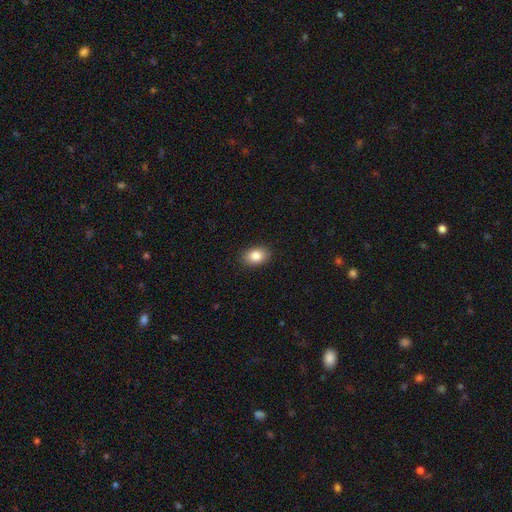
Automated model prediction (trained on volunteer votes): Smooth or featured? Predicted: smooth (p=0.85). How rounded? Predicted: in between (p=0.79). Merging? Predicted: none (p=0.90).